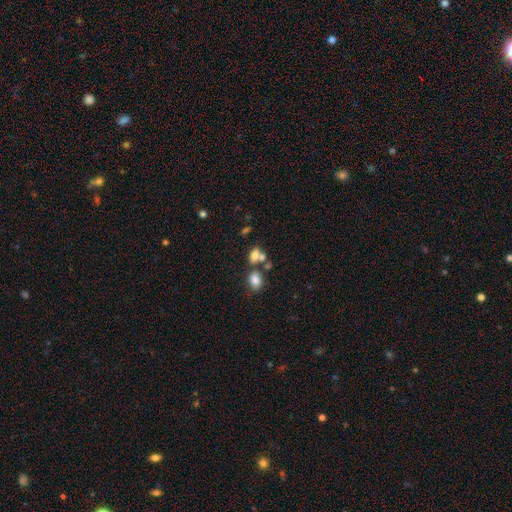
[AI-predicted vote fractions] This appears to be a smooth galaxy with no disk features (74%) that is in between round and cigar-shaped (77%). Merging: merger (42%).